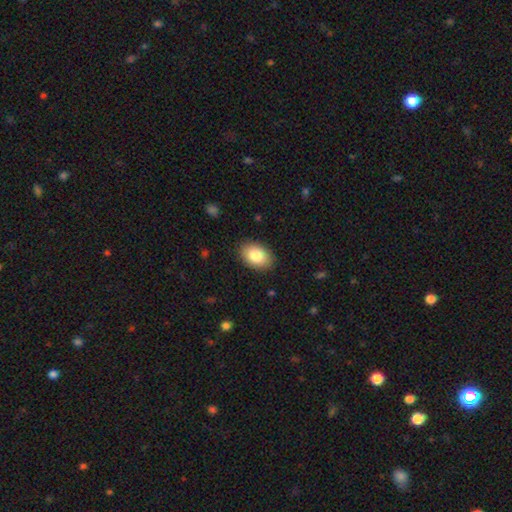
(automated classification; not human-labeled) Morphology: type=smooth (85%); roundness=in between (86%); merging=none (87%).